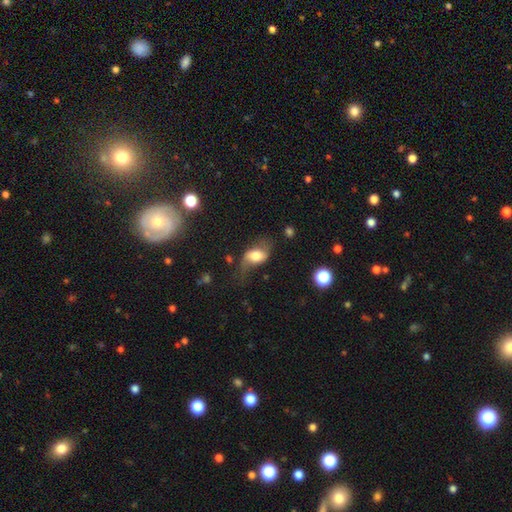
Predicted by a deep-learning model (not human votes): smooth 50%, featured or disk 41%, star or artifact 10%. Down the decision tree: merging — none (42%).